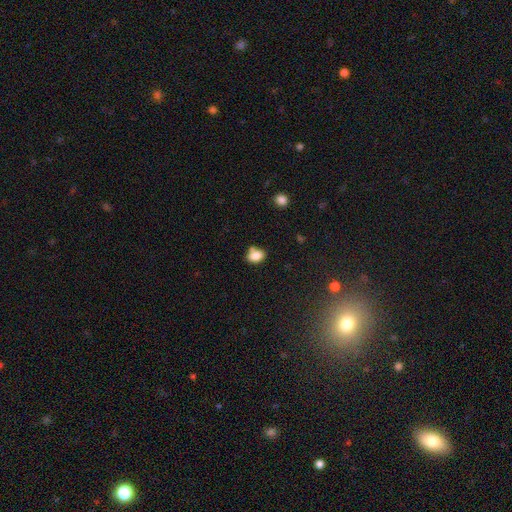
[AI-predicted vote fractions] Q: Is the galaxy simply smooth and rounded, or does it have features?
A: smooth — 83%.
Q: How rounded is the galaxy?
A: in between — 73%.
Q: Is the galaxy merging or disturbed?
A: none — 61%.